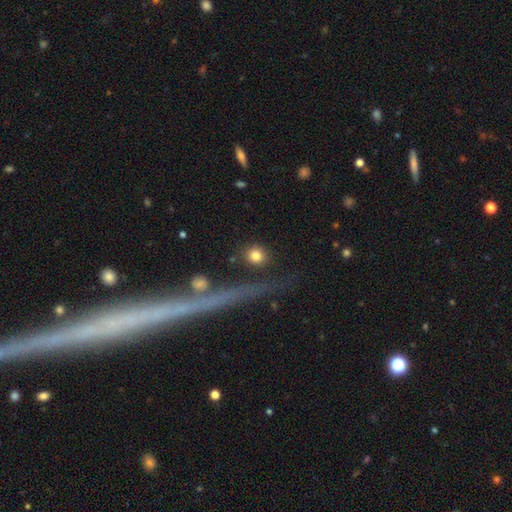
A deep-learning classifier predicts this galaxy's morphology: Smooth or featured?
  - smooth: 81% *
  - star or artifact: 10%
  - featured or disk: 9%
How rounded?
  - round: 88% *
  - in between: 10%
  - cigar-shaped: 2%
Merging?
  - none: 81% *
  - minor disturbance: 8%
  - merger: 6%
  - major disturbance: 5%